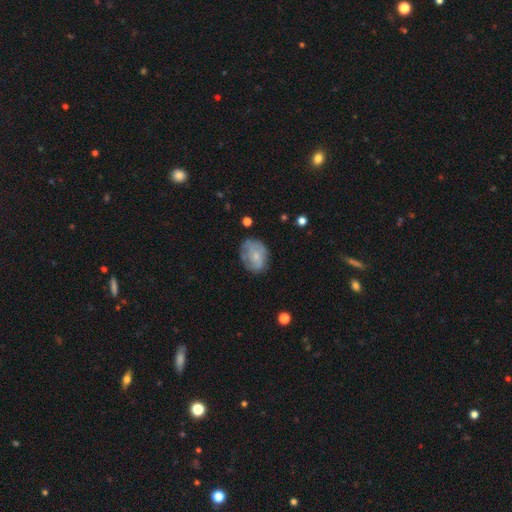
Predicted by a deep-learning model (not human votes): smooth 48%, featured or disk 44%, star or artifact 8%. Down the decision tree: merging — none (62%).